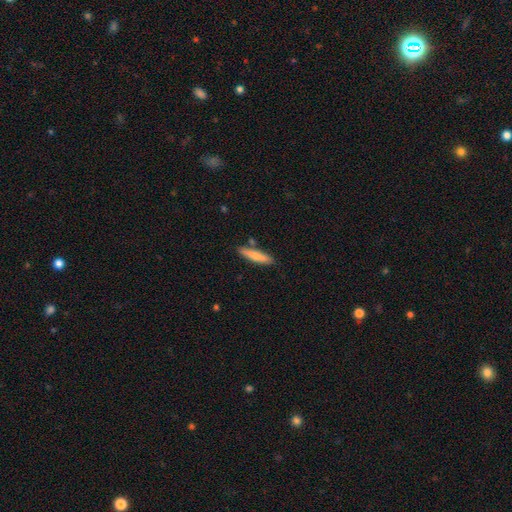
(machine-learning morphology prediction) Overall: smooth (76%). How rounded: cigar-shaped (84%). Merging: none (83%).